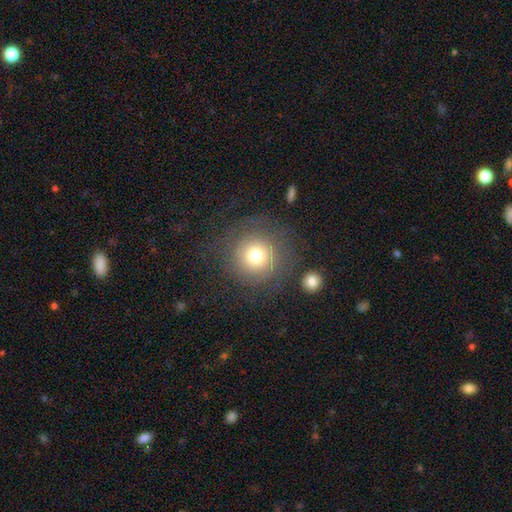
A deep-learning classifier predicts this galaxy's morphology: Overall: smooth (63%; featured or disk 25%). How rounded: round (94%). Merging: none (75%).